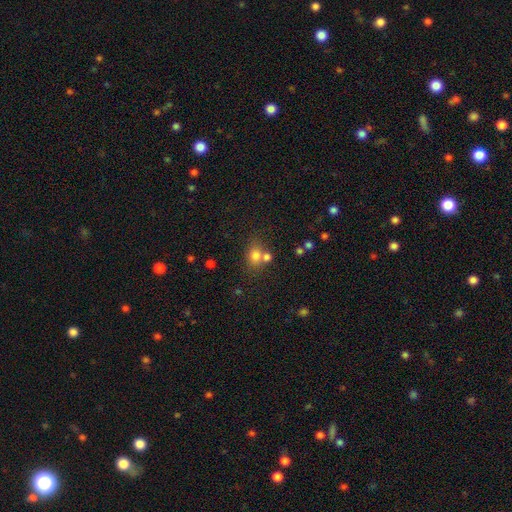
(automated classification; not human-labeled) Overall: smooth (76%). How rounded: round (52%; in between 47%). Merging: none (51%; merger 33%).